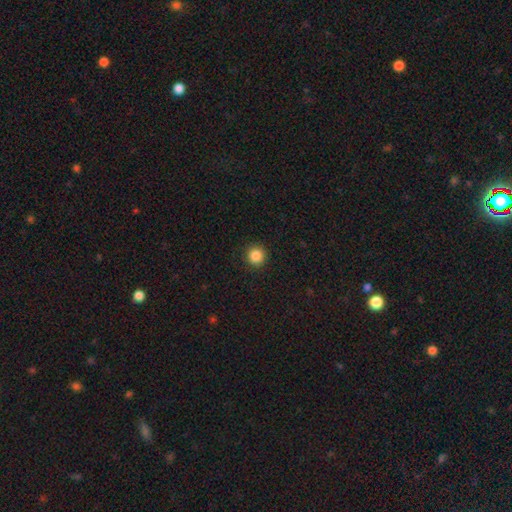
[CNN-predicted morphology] smooth-or-featured: smooth: 86% | star or artifact: 10% | featured or disk: 4%
  how-rounded: round: 95% | in between: 4% | cigar-shaped: 1%
  merging: none: 92% | minor disturbance: 5% | major disturbance: 2% | merger: 1%